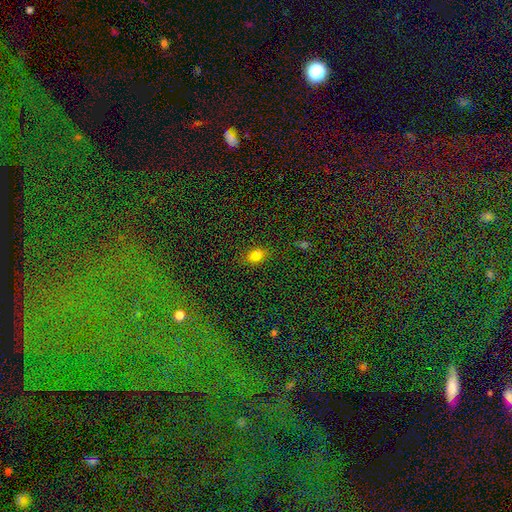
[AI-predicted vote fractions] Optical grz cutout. It shows a smooth galaxy with no disk features (71%) that is in between round and cigar-shaped (70%). Merging: none (72%).